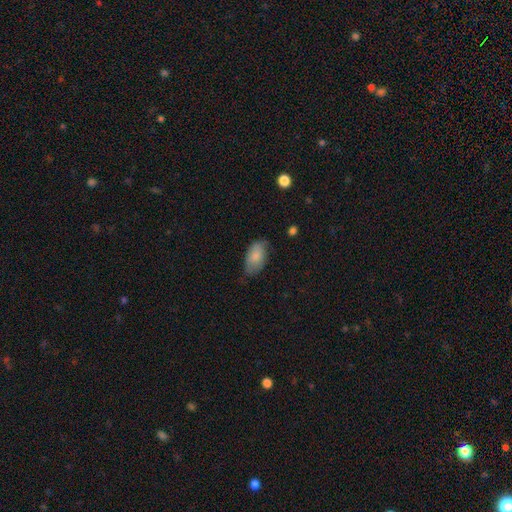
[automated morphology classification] Q: Smooth or featured?
A: smooth (82%); runner-up: featured or disk (12%)
Q: How rounded?
A: in between (94%); runner-up: round (3%)
Q: Merging?
A: none (64%); runner-up: minor disturbance (29%)